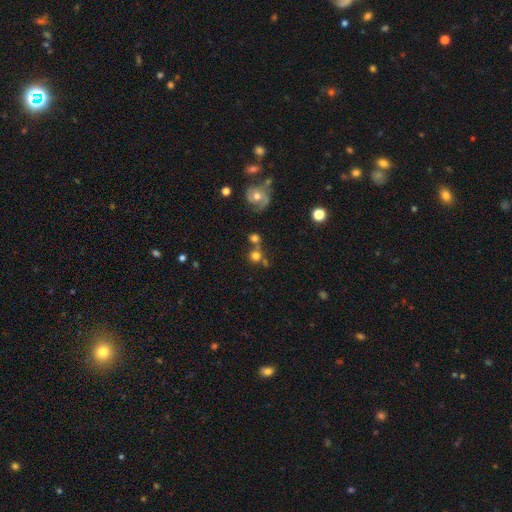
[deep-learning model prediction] A smooth galaxy with no disk features (70%) that is round (89%). Merging: none (55%).